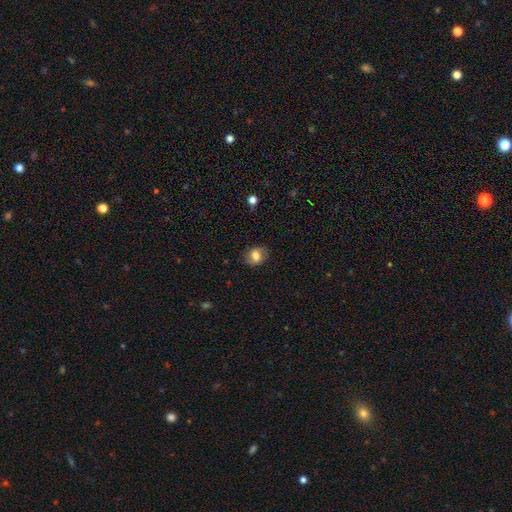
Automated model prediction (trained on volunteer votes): A smooth galaxy with no disk features (71%) that is in between round and cigar-shaped (50%).

Vote fractions:
- Smooth or featured? smooth: 71% / featured or disk: 20% / star or artifact: 9%
- How rounded? in between: 50% / round: 49% / cigar-shaped: 1%
- Merging? none: 77% / minor disturbance: 16% / major disturbance: 5% / merger: 1%